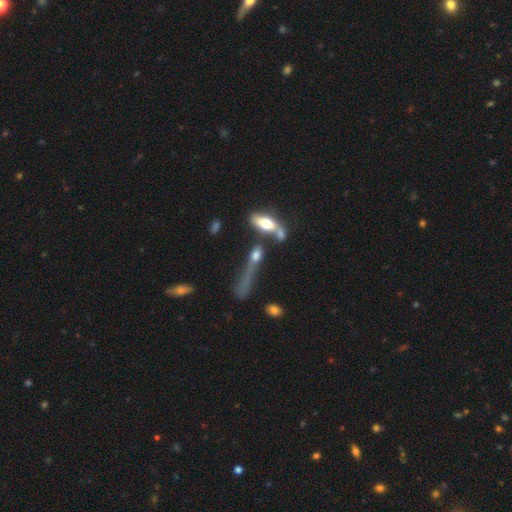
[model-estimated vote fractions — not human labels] A smooth galaxy with no disk features (53%) that is cigar-shaped (49%). Merging: merger (34%).